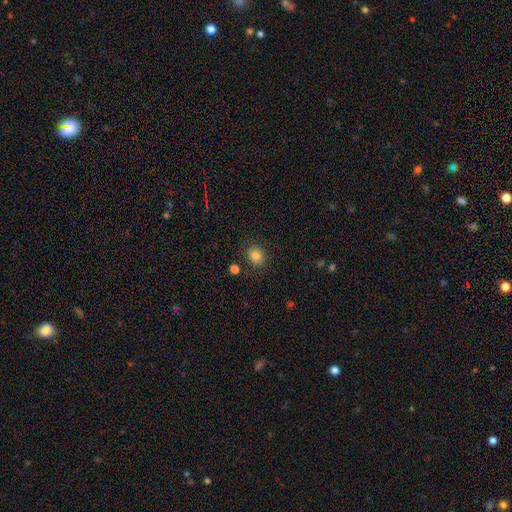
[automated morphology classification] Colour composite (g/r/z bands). It shows a smooth galaxy with no disk features (82%) that is round (56%). Merging: none (84%).